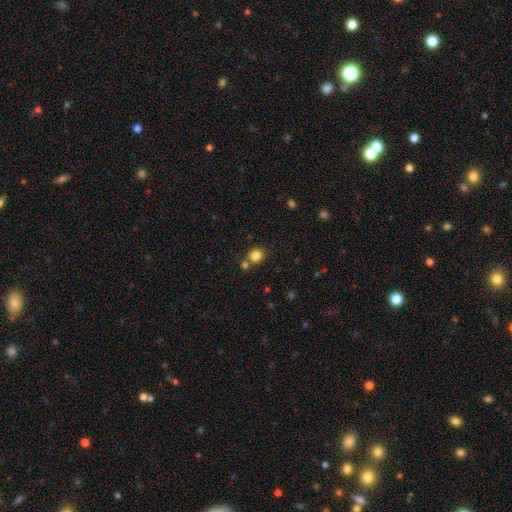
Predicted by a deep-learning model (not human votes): The model was most divided on "merging": none: 70%, merger: 18%, minor disturbance: 9%, major disturbance: 3%. More confident: how rounded — round (84%); smooth or featured — smooth (83%).